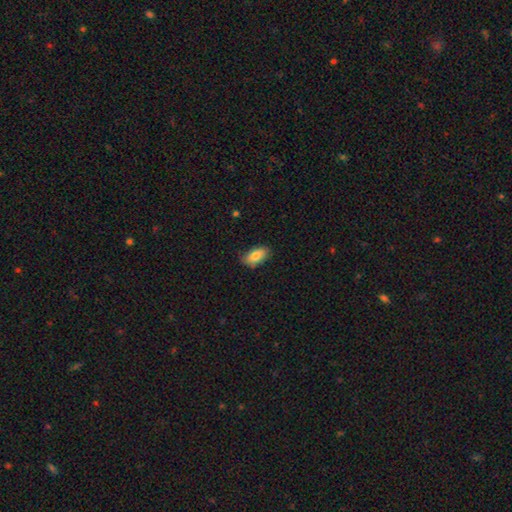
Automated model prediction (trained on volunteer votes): smooth_or_featured: smooth (p=0.84) [alt: featured or disk p=0.09]
how_rounded: in between (p=0.92) [alt: cigar-shaped p=0.04]
merging: none (p=0.79) [alt: minor disturbance p=0.17]